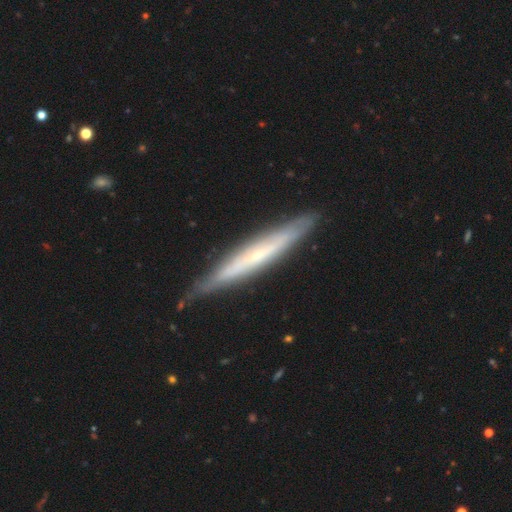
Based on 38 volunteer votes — This appears to be a featured or disk galaxy (55%) viewed edge-on (100%) with no central bulge (57%). Merging: none (79%).